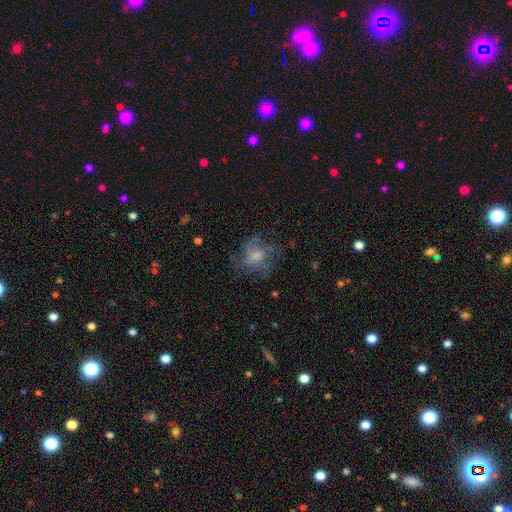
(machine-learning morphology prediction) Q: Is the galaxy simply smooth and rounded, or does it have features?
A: featured or disk — 55%.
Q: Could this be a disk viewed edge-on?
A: no — 97%.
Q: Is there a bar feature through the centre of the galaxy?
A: no — 70%.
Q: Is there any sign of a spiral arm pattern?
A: yes — 68%.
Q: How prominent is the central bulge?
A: moderate — 44%.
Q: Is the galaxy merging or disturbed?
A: none — 57%.